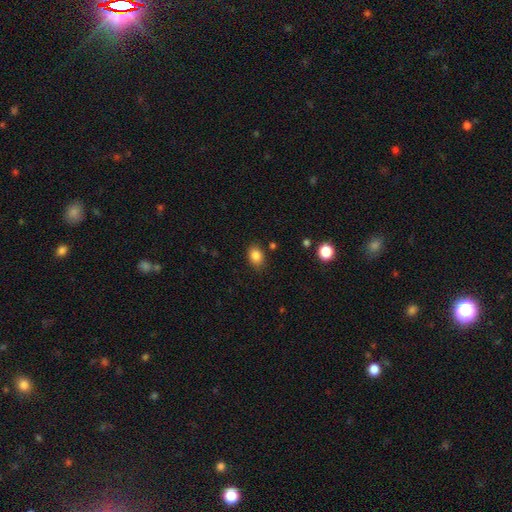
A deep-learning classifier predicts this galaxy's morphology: Smooth or featured? smooth (85%)
How rounded? in between (65%)
Merging? none (83%)